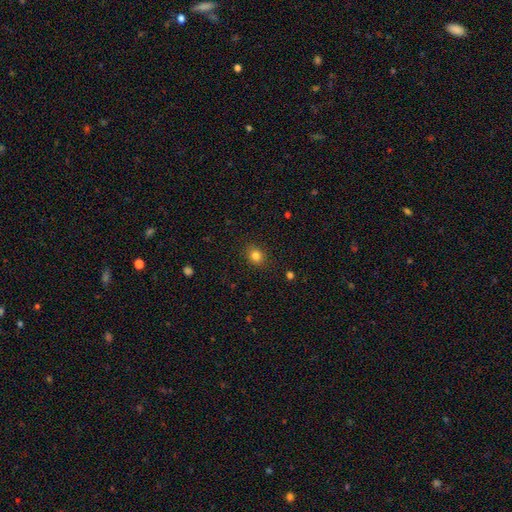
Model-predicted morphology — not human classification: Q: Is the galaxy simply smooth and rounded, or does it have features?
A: smooth — 83%.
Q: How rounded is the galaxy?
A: round — 62%.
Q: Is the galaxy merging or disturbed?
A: none — 89%.